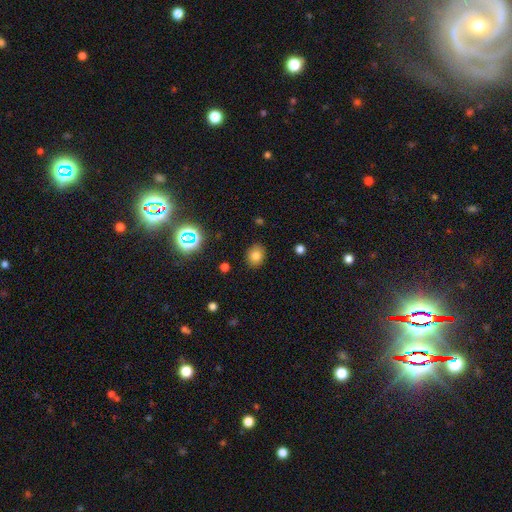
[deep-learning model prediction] The model was most divided on "how rounded": round: 54%, in between: 45%, cigar-shaped: 1%. More confident: merging — none (87%); smooth or featured — smooth (78%).